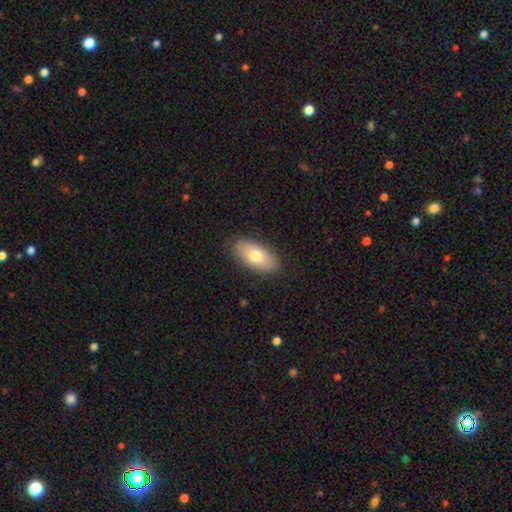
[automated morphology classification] The model was most divided on "smooth or featured": smooth: 76%, featured or disk: 18%, star or artifact: 6%. More confident: how rounded — in between (91%); merging — none (88%).